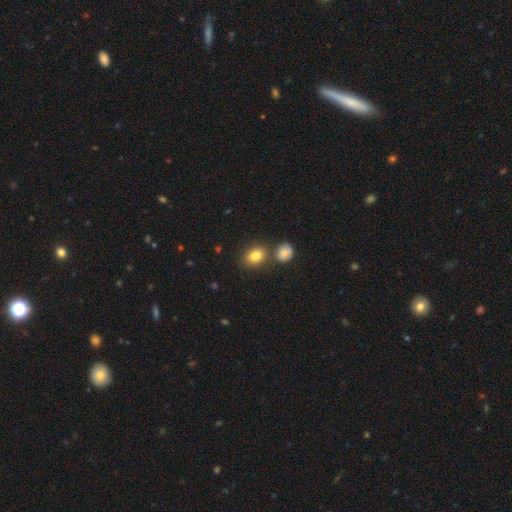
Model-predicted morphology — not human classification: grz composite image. It shows a smooth galaxy with no disk features (83%) that is in between round and cigar-shaped (60%). Merging: none (67%).